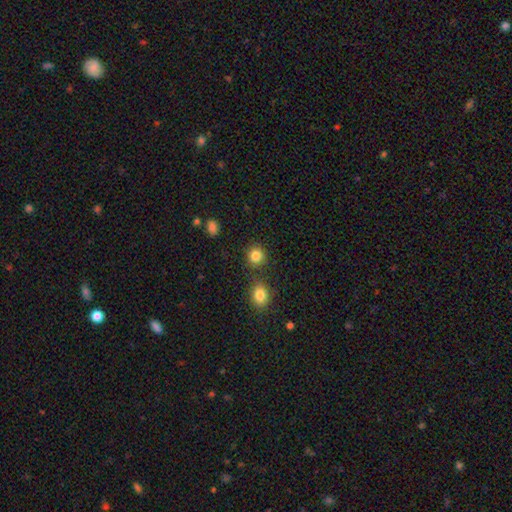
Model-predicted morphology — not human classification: This is clearly a smooth galaxy (85%). How rounded: clearly round (89%). Merging: clearly none (82%).